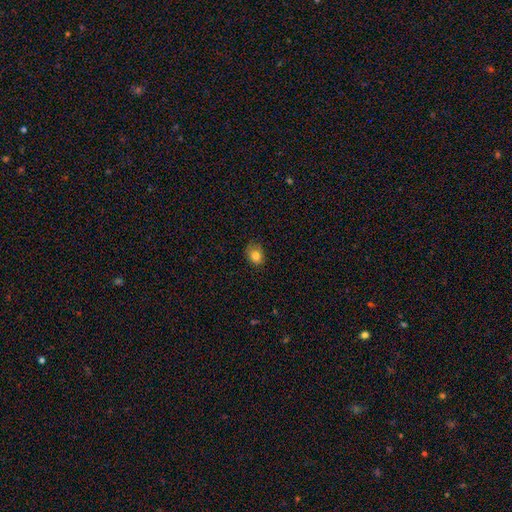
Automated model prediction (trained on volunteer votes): This appears to be a smooth galaxy with no disk features (81%) that is round (54%). Merging: none (69%).